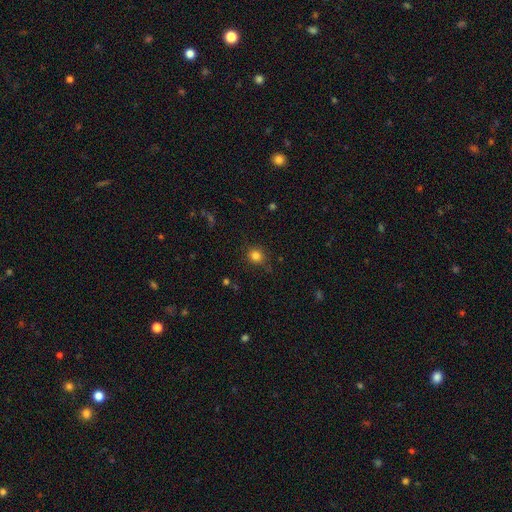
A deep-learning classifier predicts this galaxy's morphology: A smooth galaxy with no disk features (82%) that is round (80%). Merging: none (82%).